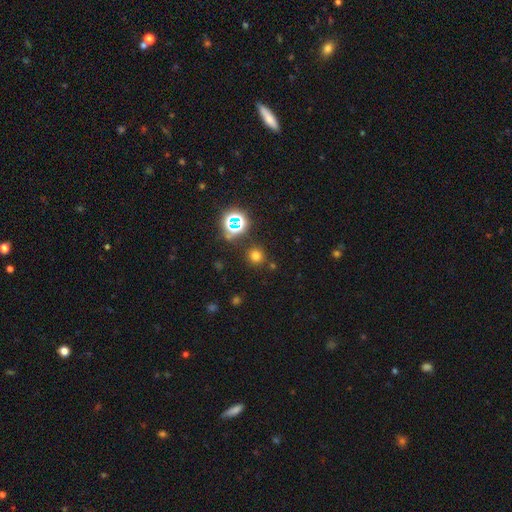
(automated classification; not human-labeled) smooth 68%, star or artifact 26%, featured or disk 6%. Down the decision tree: how rounded — round (93%); merging — none (86%).